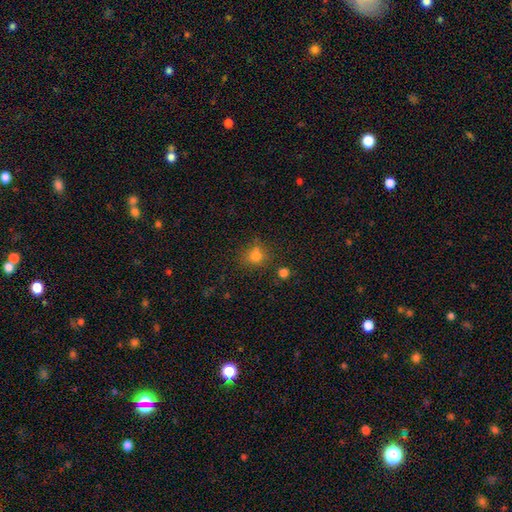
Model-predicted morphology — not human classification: Smooth or featured? Predicted: smooth (p=0.78). How rounded? Predicted: round (p=0.81). Merging? Predicted: none (p=0.75).